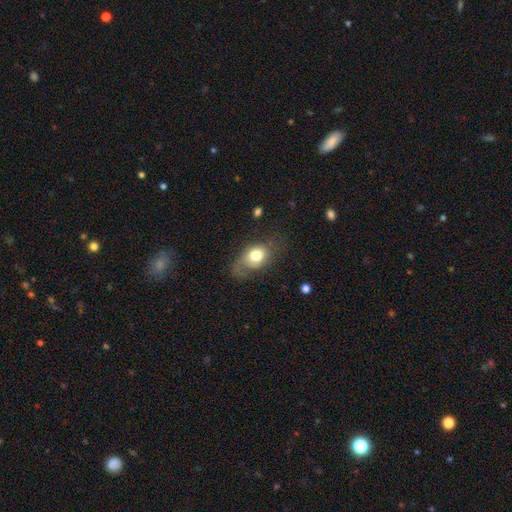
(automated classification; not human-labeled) This is likely a smooth galaxy (70%). How rounded: likely in between (67%). Merging: marginally none (42%).